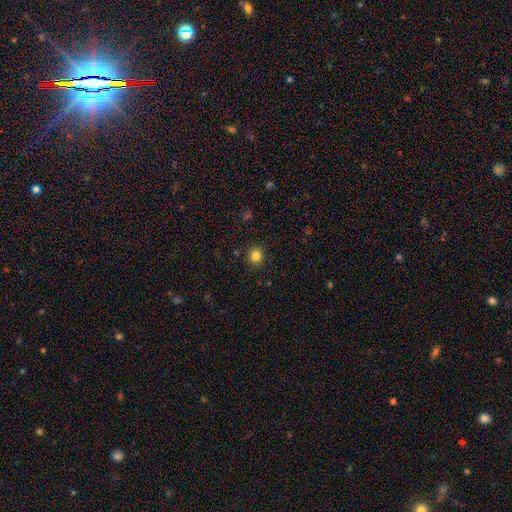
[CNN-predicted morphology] A smooth galaxy with no disk features (83%) that is round (93%). Merging: none (92%).